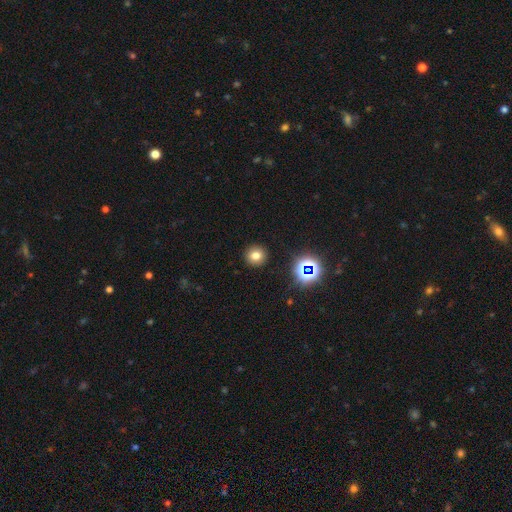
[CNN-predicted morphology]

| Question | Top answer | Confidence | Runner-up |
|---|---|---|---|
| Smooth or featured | smooth | 73% | star or artifact (19%) |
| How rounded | round | 91% | in between (8%) |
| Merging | none | 91% | minor disturbance (5%) |